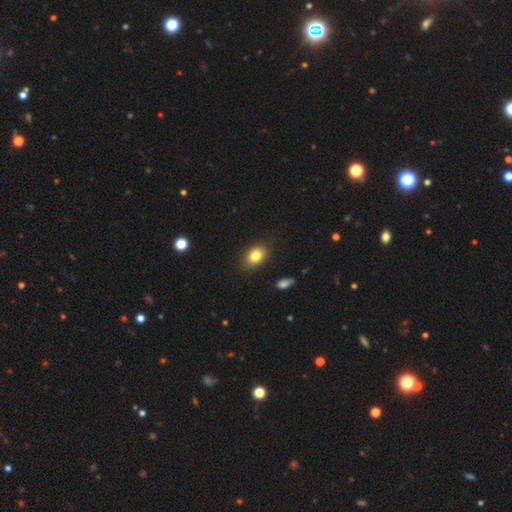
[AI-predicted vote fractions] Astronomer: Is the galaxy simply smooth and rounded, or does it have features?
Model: smooth — 81%.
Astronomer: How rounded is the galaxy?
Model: in between — 72%.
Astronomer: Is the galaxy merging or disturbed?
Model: none — 83%.